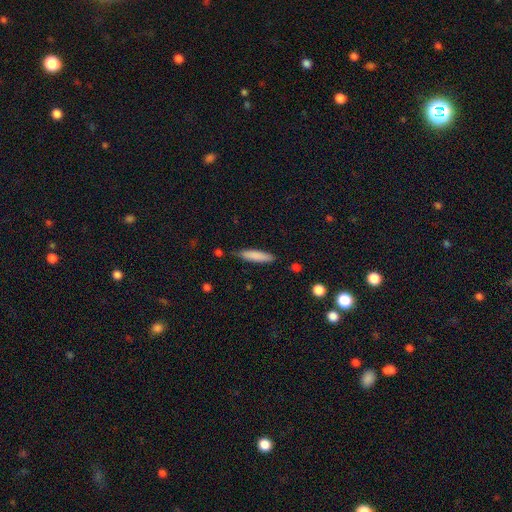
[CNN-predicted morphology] Smooth or featured: smooth — 84% (featured or disk — 11%)
How rounded: cigar-shaped — 80% (in between — 19%)
Merging: none — 77% (minor disturbance — 17%)